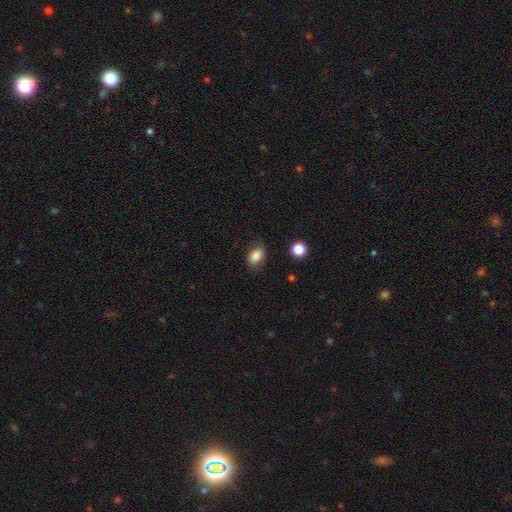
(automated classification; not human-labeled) Morphology: type=smooth (86%); roundness=in between (83%); merging=none (78%).